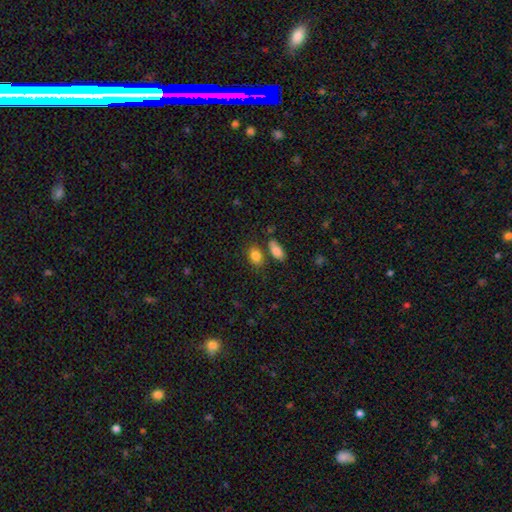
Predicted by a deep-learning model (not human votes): Q: Smooth or featured?
A: smooth (84%); runner-up: star or artifact (9%)
Q: How rounded?
A: in between (81%); runner-up: round (17%)
Q: Merging?
A: none (69%); runner-up: merger (15%)